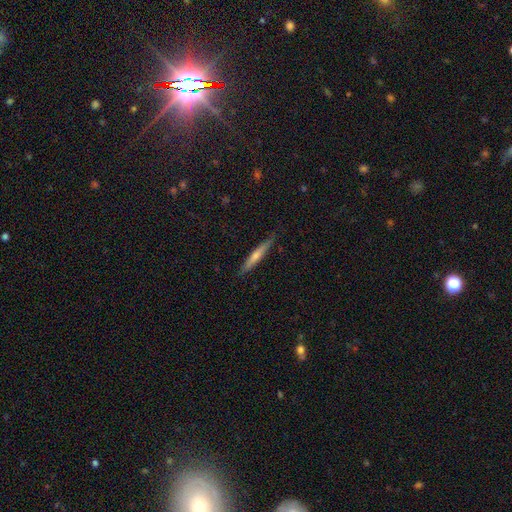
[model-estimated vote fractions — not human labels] featured or disk 51%, smooth 43%, star or artifact 7%. Down the decision tree: edge-on disk — yes (96%); merging — none (89%).